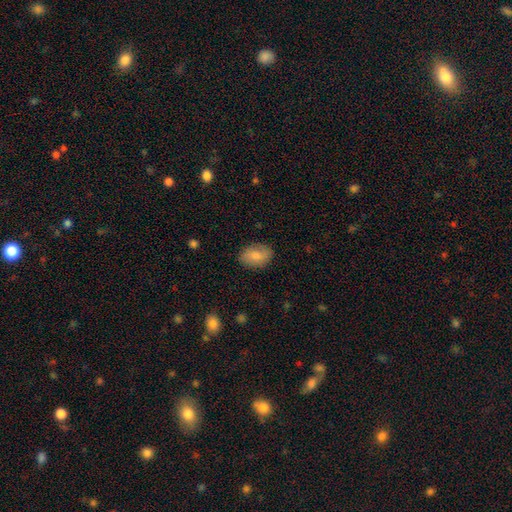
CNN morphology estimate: smooth 83%, featured or disk 11%, star or artifact 7%. Down the decision tree: how rounded — in between (83%); merging — none (85%).